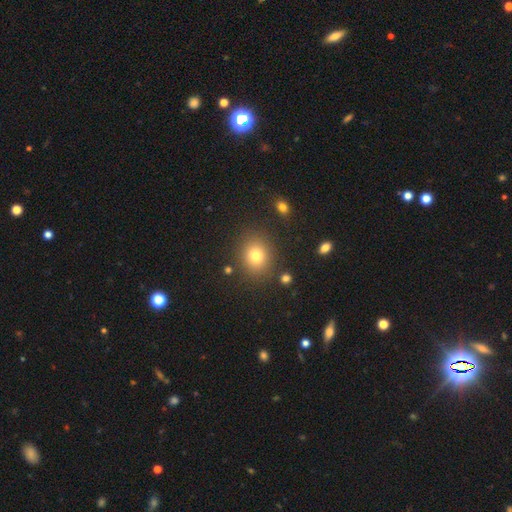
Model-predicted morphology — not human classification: This appears to be a smooth galaxy with no disk features (78%) that is round (69%). Merging: none (85%).